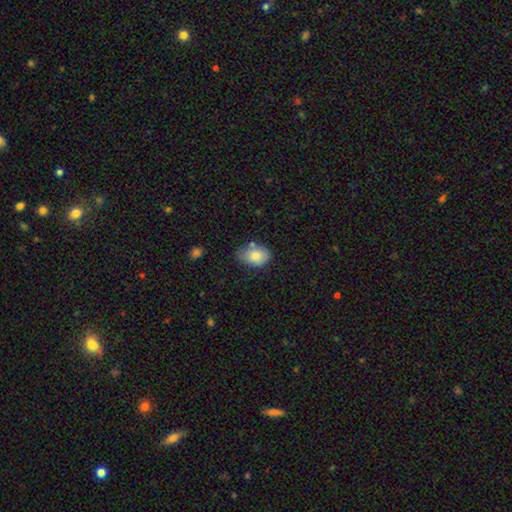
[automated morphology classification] Smooth or featured? Predicted: smooth (p=0.80). How rounded? Predicted: in between (p=0.78). Merging? Predicted: none (p=0.55).